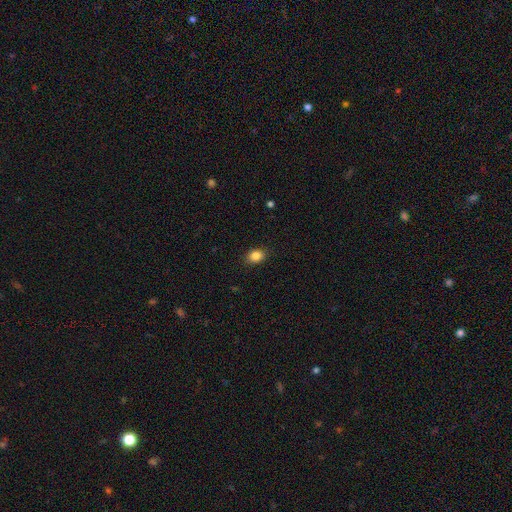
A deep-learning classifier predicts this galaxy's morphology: This appears to be a smooth galaxy with no disk features (86%) that is in between round and cigar-shaped (63%). Merging: none (87%).